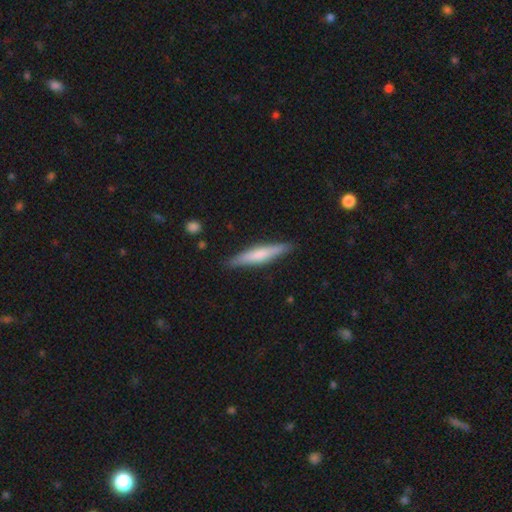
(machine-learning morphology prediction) Overall: smooth (52%; featured or disk 43%). How rounded: cigar-shaped (90%). Merging: none (89%).